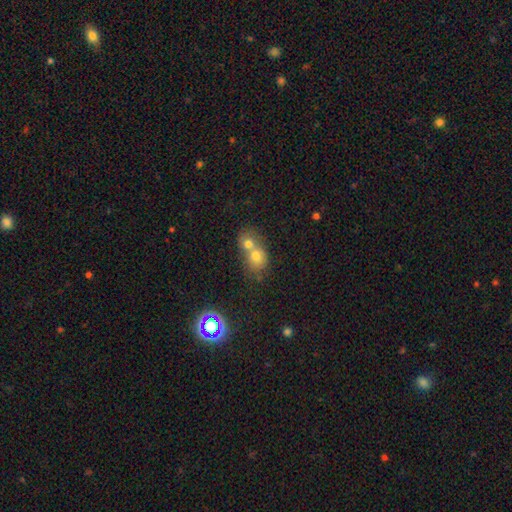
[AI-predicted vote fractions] A smooth galaxy with no disk features (68%) that is round (65%).

Vote fractions:
- Smooth or featured? smooth: 68% / featured or disk: 17% / star or artifact: 15%
- How rounded? round: 65% / in between: 34% / cigar-shaped: 1%
- Merging? merger: 69% / none: 24% / minor disturbance: 5% / major disturbance: 3%